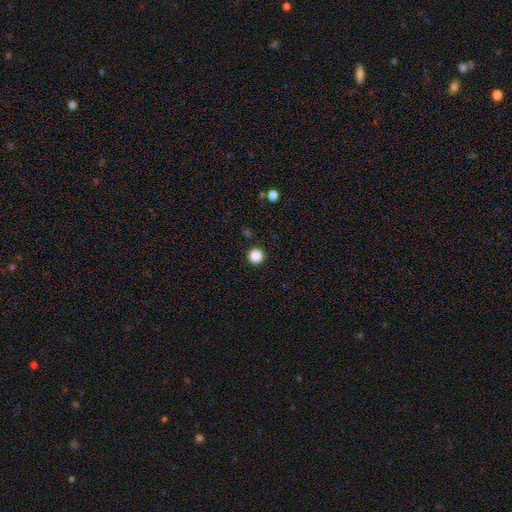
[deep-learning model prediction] smooth-or-featured: smooth: 87% | star or artifact: 11% | featured or disk: 2%
  how-rounded: round: 96% | in between: 3% | cigar-shaped: 1%
  merging: none: 93% | minor disturbance: 4% | major disturbance: 2% | merger: 1%